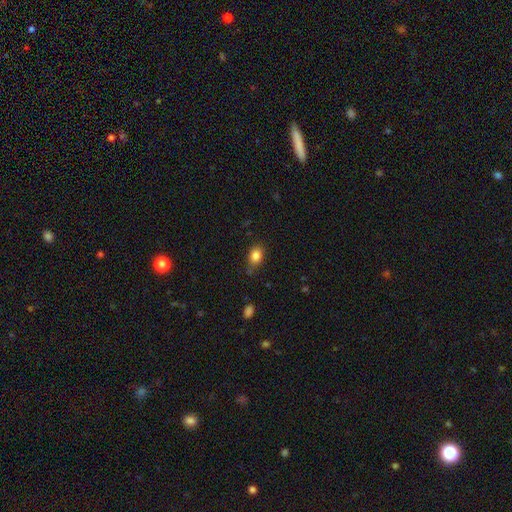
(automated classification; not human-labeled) This appears to be a smooth galaxy with no disk features (85%) that is in between round and cigar-shaped (63%). Merging: none (77%).